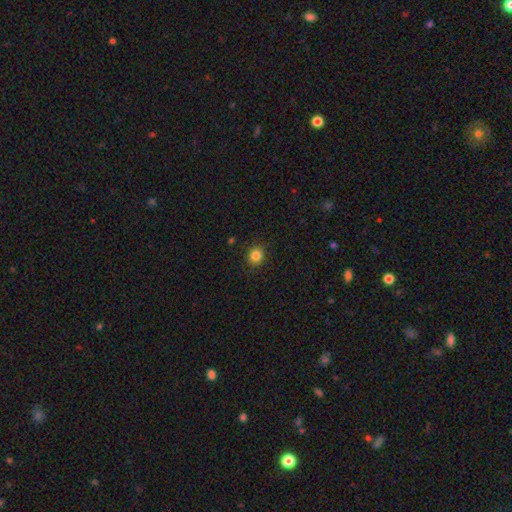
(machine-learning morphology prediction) smooth 83%, star or artifact 11%, featured or disk 5%. Down the decision tree: how rounded — round (77%); merging — none (88%).